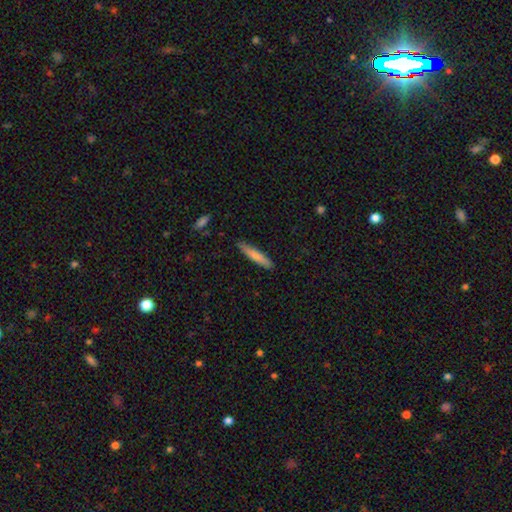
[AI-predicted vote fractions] A smooth galaxy with no disk features (76%) that is cigar-shaped (91%).

Vote fractions:
- Smooth or featured? smooth: 76% / featured or disk: 19% / star or artifact: 6%
- How rounded? cigar-shaped: 91% / in between: 8% / round: 1%
- Merging? none: 88% / minor disturbance: 9% / major disturbance: 2% / merger: 1%